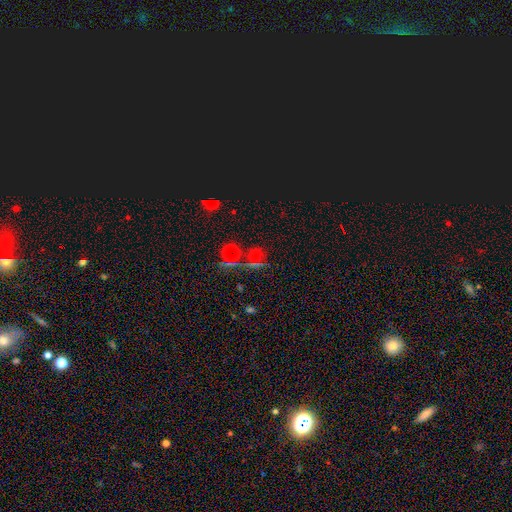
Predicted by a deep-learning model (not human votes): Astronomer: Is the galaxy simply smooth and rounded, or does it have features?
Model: star or artifact — 50% (runner-up: smooth, 38%).